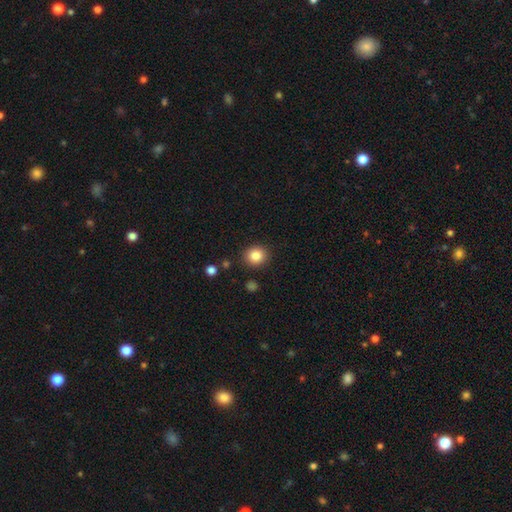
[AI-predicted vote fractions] smooth-or-featured: smooth: 85% | star or artifact: 10% | featured or disk: 5%
  how-rounded: round: 82% | in between: 17% | cigar-shaped: 1%
  merging: none: 88% | minor disturbance: 7% | major disturbance: 2% | merger: 2%